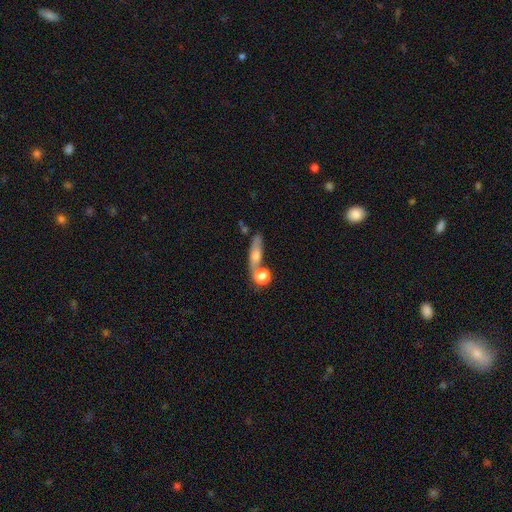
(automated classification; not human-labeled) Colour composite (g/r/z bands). It shows a smooth galaxy with no disk features (60%) that is cigar-shaped (44%). Merging: none (49%).